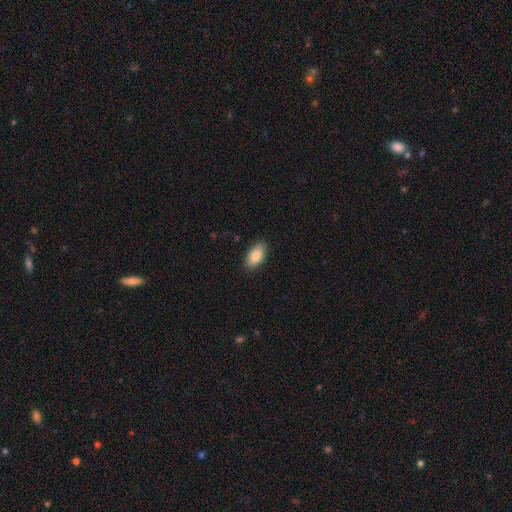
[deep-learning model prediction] Smooth or featured? smooth (84%)
How rounded? in between (91%)
Merging? none (88%)